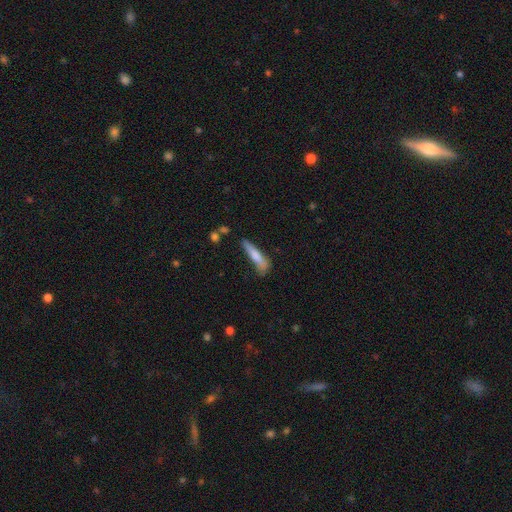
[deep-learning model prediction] smooth 73%, featured or disk 21%, star or artifact 6%. Down the decision tree: how rounded — cigar-shaped (86%); merging — none (61%).